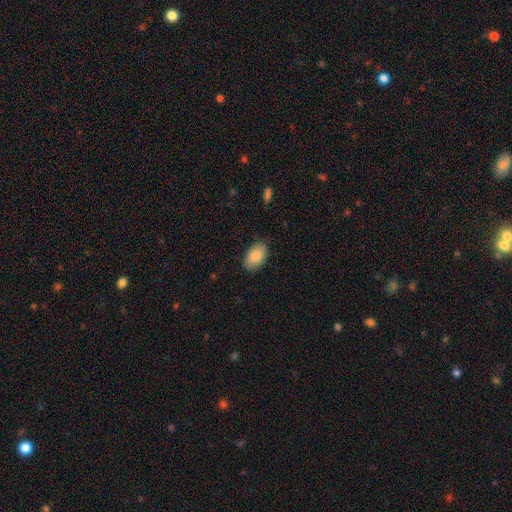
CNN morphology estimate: smooth_or_featured: smooth (p=0.83) [alt: featured or disk p=0.10]
how_rounded: in between (p=0.92) [alt: round p=0.07]
merging: none (p=0.84) [alt: minor disturbance p=0.12]